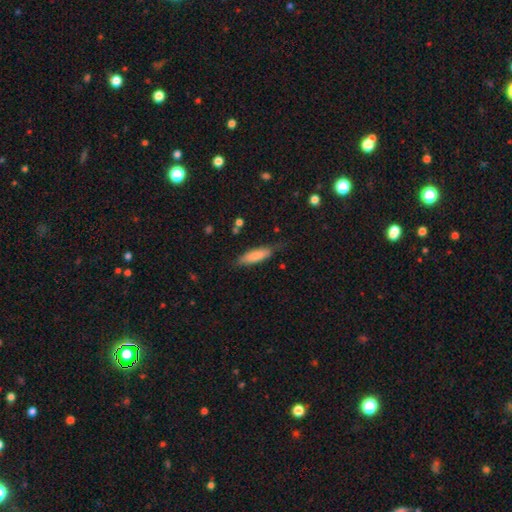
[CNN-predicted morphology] Smooth or featured: smooth — 80% (featured or disk — 14%)
How rounded: cigar-shaped — 58% (in between — 40%)
Merging: none — 67% (minor disturbance — 25%)